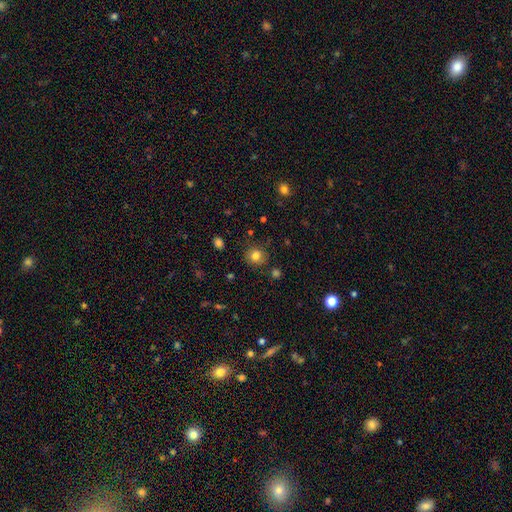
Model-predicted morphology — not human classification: smooth 80%, star or artifact 12%, featured or disk 8%. Down the decision tree: how rounded — round (86%); merging — none (83%).